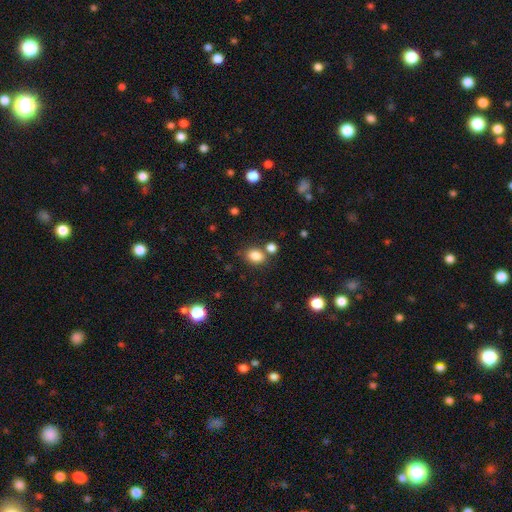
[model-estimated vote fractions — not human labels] A smooth galaxy with no disk features (83%) that is in between round and cigar-shaped (59%). Merging: none (68%).